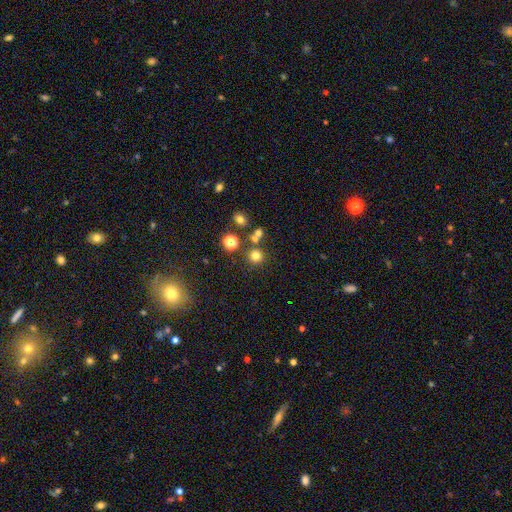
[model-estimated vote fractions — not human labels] Smooth or featured: smooth — 74% (star or artifact — 19%)
How rounded: round — 92% (in between — 7%)
Merging: none — 76% (merger — 13%)